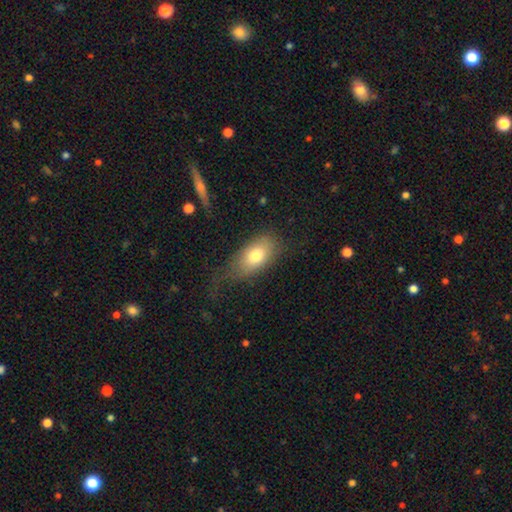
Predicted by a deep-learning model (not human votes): smooth_or_featured: smooth (p=0.74) [alt: featured or disk p=0.18]
how_rounded: in between (p=0.89) [alt: round p=0.07]
merging: none (p=0.54) [alt: minor disturbance p=0.26]